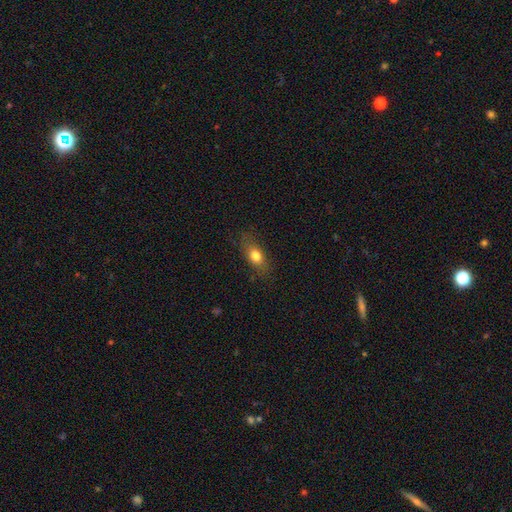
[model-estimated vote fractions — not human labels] This is likely a smooth galaxy (74%). How rounded: likely in between (72%). Merging: likely none (78%).